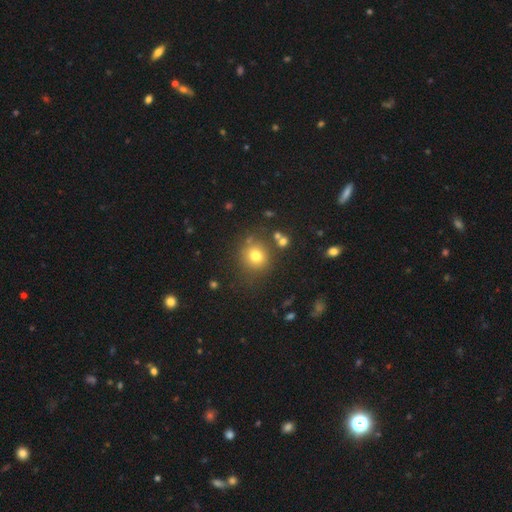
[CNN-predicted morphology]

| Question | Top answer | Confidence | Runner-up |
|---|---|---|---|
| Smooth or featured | smooth | 75% | star or artifact (15%) |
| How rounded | round | 87% | in between (12%) |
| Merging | none | 79% | minor disturbance (11%) |